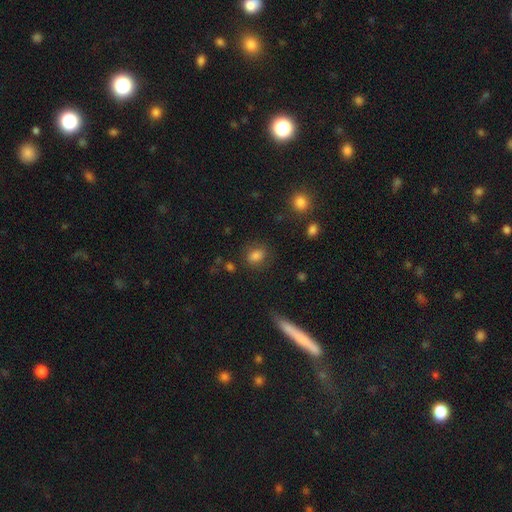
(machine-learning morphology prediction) Smooth or featured? smooth (80%)
How rounded? in between (61%)
Merging? none (75%)